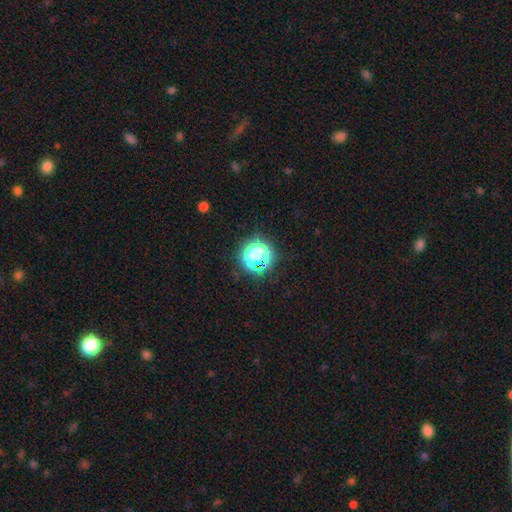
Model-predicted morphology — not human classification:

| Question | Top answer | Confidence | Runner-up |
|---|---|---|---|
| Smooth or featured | star or artifact | 74% | smooth (19%) |